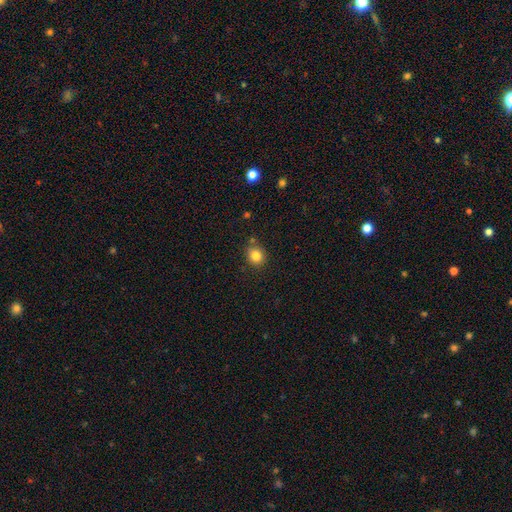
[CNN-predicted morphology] smooth-or-featured: smooth: 83% | star or artifact: 11% | featured or disk: 6%
  how-rounded: round: 78% | in between: 21% | cigar-shaped: 1%
  merging: none: 79% | minor disturbance: 12% | merger: 6% | major disturbance: 3%